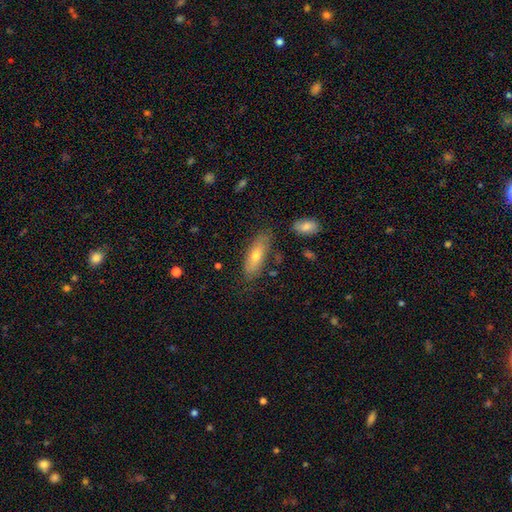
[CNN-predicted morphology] This is likely a smooth galaxy (64%). How rounded: likely in between (63%). Merging: likely none (75%).